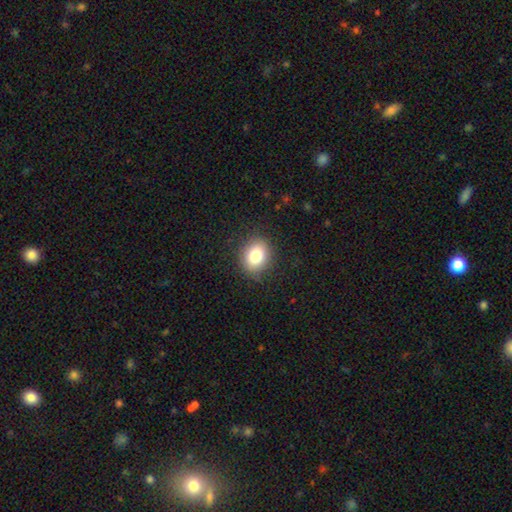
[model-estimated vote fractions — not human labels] Smooth or featured?
  - smooth: 81% *
  - star or artifact: 10%
  - featured or disk: 9%
How rounded?
  - round: 54% *
  - in between: 45%
  - cigar-shaped: 1%
Merging?
  - none: 87% *
  - minor disturbance: 9%
  - major disturbance: 3%
  - merger: 1%